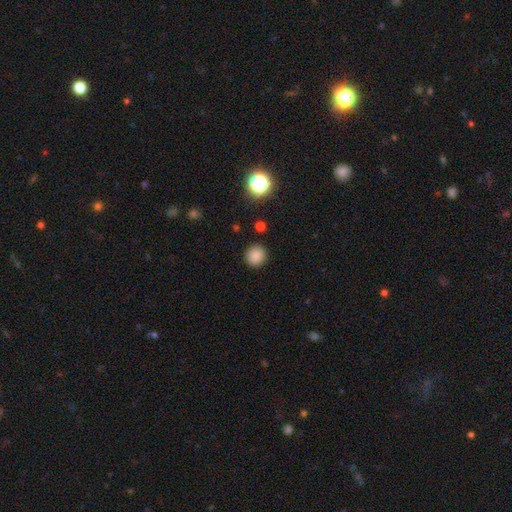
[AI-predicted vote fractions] Smooth or featured?
  - smooth: 84% *
  - star or artifact: 12%
  - featured or disk: 4%
How rounded?
  - round: 90% *
  - in between: 9%
  - cigar-shaped: 1%
Merging?
  - none: 90% *
  - minor disturbance: 7%
  - major disturbance: 2%
  - merger: 2%